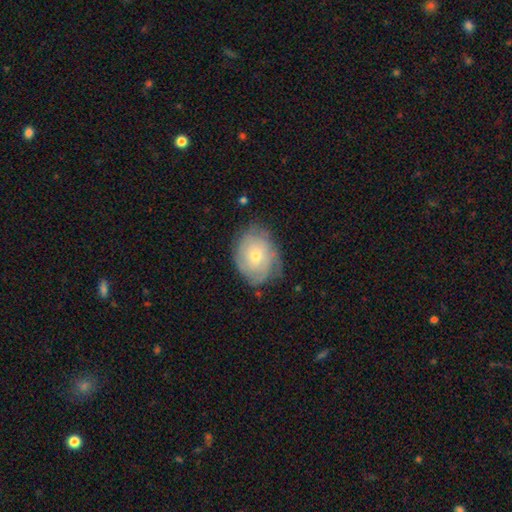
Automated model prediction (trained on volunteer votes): featured or disk 54%, smooth 38%, star or artifact 8%. Down the decision tree: edge-on disk — no (96%); bar — no (80%); spiral arms — yes (76%); bulge size — small (54%); merging — none (68%).